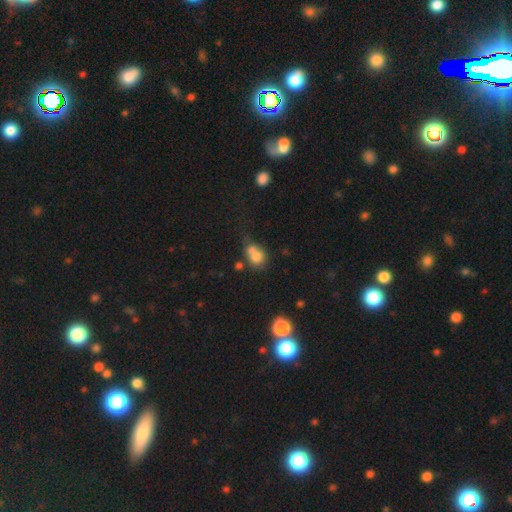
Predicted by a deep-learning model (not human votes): Smooth or featured? Predicted: smooth (p=0.74). How rounded? Predicted: round (p=0.65). Merging? Predicted: merger (p=0.45).